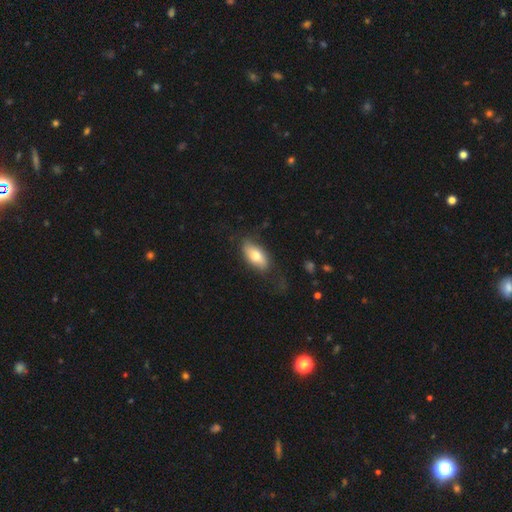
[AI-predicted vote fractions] Q: Smooth or featured?
A: smooth (71%); runner-up: featured or disk (23%)
Q: How rounded?
A: in between (89%); runner-up: cigar-shaped (8%)
Q: Merging?
A: none (64%); runner-up: minor disturbance (23%)